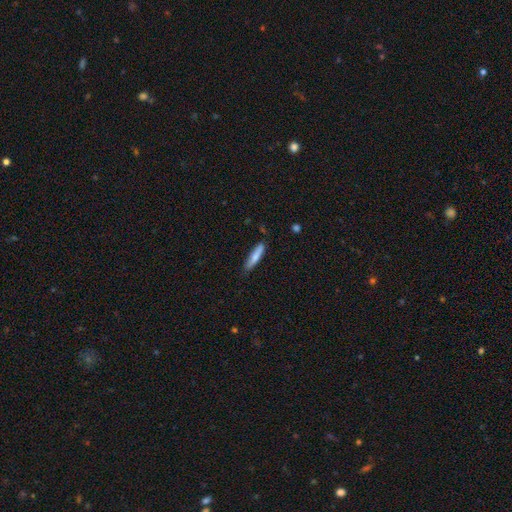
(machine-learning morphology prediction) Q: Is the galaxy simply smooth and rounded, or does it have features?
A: smooth — 74%.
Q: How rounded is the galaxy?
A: cigar-shaped — 85%.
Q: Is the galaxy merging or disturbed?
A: none — 79%.